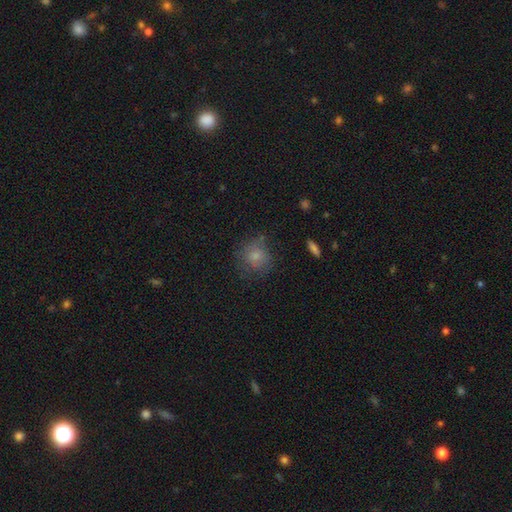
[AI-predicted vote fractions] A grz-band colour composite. It shows a smooth galaxy with no disk features (75%) that is round (83%). Merging: none (67%).